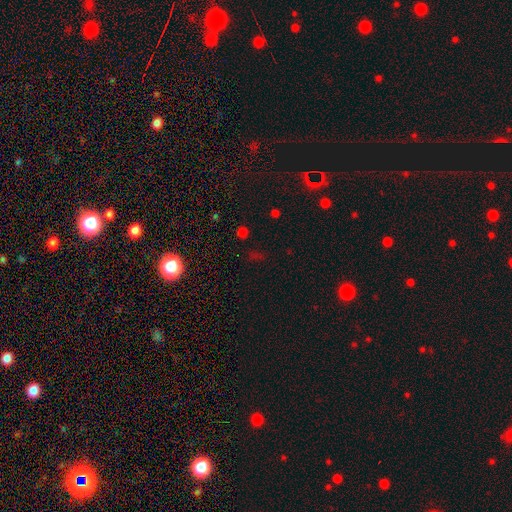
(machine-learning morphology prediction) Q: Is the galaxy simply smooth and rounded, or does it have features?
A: star or artifact — 57%.